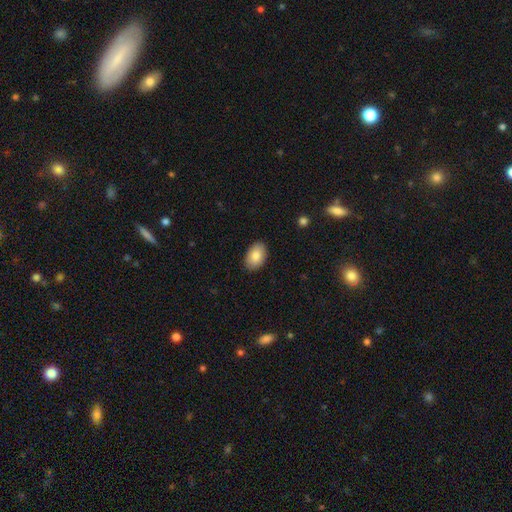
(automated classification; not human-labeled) smooth 84%, featured or disk 9%, star or artifact 7%. Down the decision tree: how rounded — in between (90%); merging — none (88%).